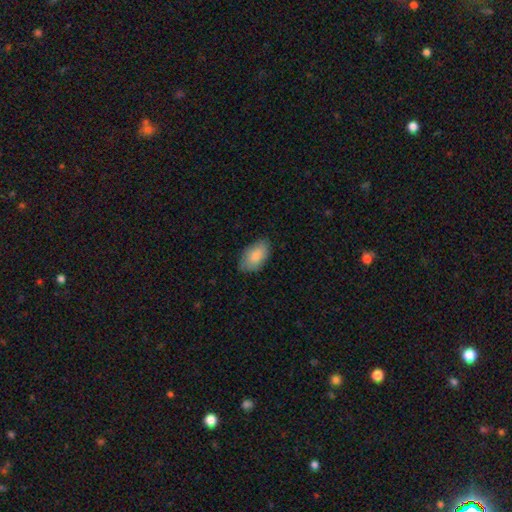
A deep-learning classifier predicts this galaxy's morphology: Smooth or featured: smooth — 85% (featured or disk — 9%)
How rounded: in between — 94% (round — 4%)
Merging: none — 79% (minor disturbance — 17%)